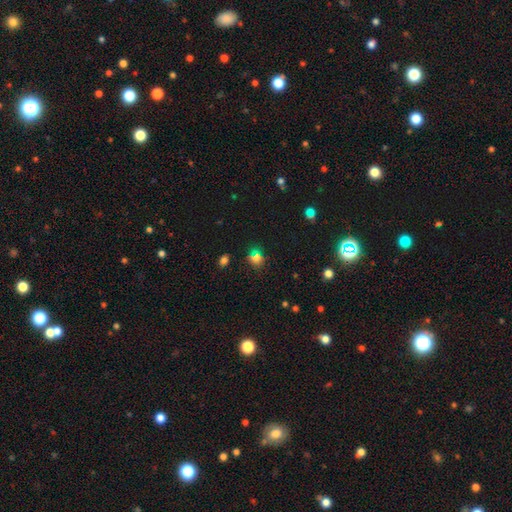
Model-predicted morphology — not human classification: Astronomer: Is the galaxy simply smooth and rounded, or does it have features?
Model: smooth — 65%.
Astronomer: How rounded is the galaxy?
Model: round — 71%.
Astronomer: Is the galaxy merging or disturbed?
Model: none — 76%.